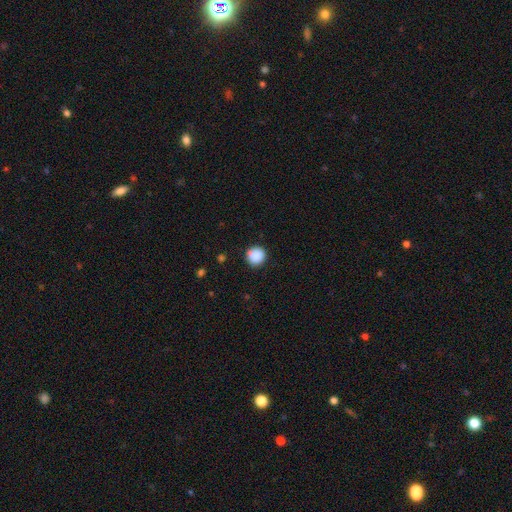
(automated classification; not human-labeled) A smooth galaxy with no disk features (88%) that is round (94%).

Vote fractions:
- Smooth or featured? smooth: 88% / star or artifact: 9% / featured or disk: 3%
- How rounded? round: 94% / in between: 5% / cigar-shaped: 1%
- Merging? none: 88% / minor disturbance: 8% / major disturbance: 2% / merger: 1%